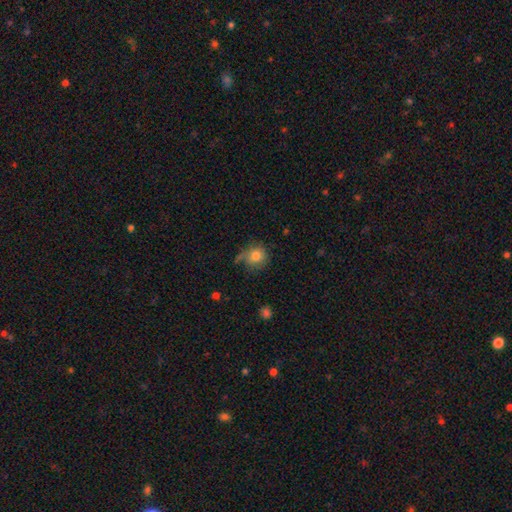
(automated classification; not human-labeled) The model was most divided on "merging": none: 55%, minor disturbance: 26%, major disturbance: 15%, merger: 4%. More confident: how rounded — round (84%); smooth or featured — smooth (76%).